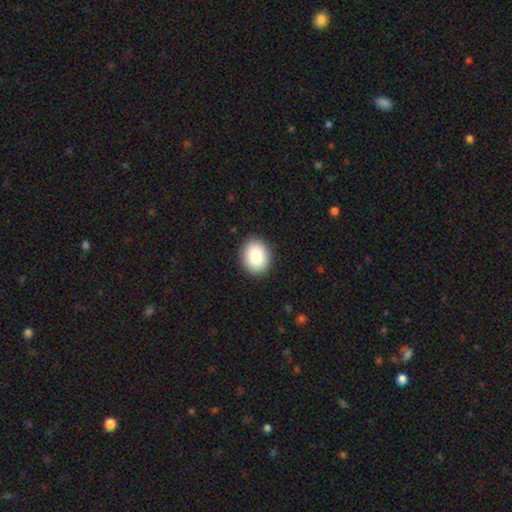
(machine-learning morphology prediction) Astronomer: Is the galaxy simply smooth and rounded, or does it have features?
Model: smooth — 84%.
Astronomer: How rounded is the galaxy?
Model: round — 54% (runner-up: in between, 45%).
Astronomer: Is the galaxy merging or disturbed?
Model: none — 90%.